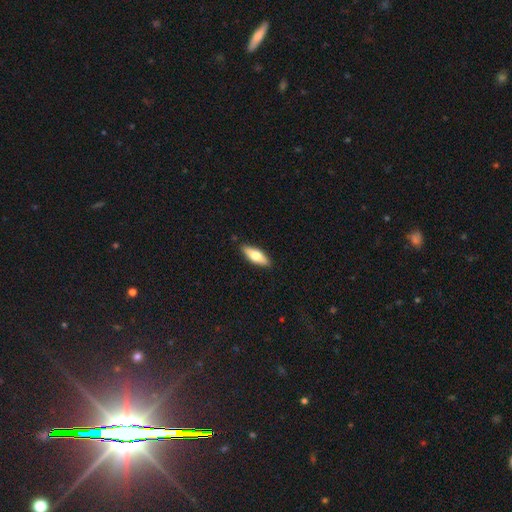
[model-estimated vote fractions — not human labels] smooth-or-featured: smooth: 62% | featured or disk: 33% | star or artifact: 6%
  how-rounded: in between: 62% | cigar-shaped: 36% | round: 2%
  merging: none: 88% | minor disturbance: 9% | major disturbance: 2% | merger: 1%